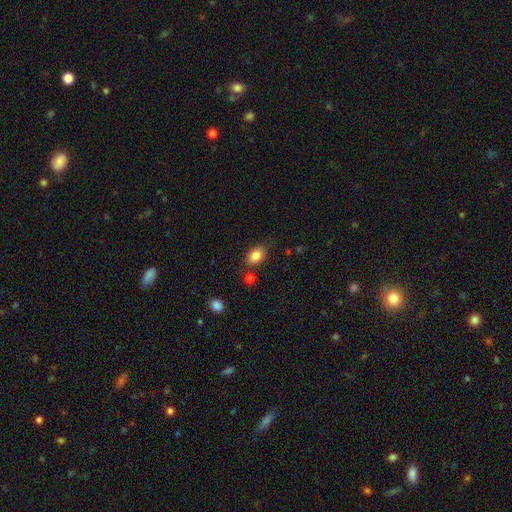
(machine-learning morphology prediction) Smooth or featured? Predicted: smooth (p=0.84). How rounded? Predicted: in between (p=0.78). Merging? Predicted: none (p=0.76).